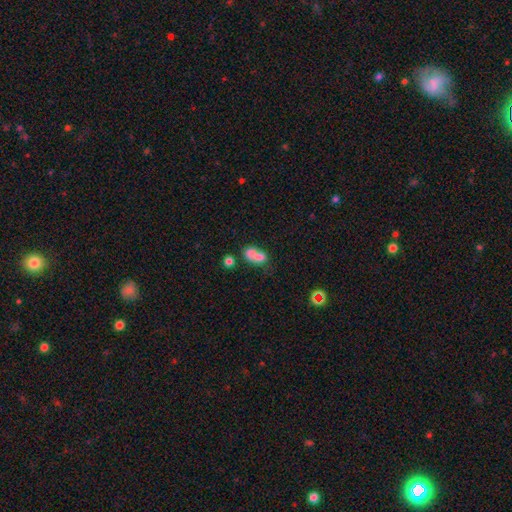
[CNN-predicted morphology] type=smooth (68%); roundness=in between (61%); merging=merger (66%).